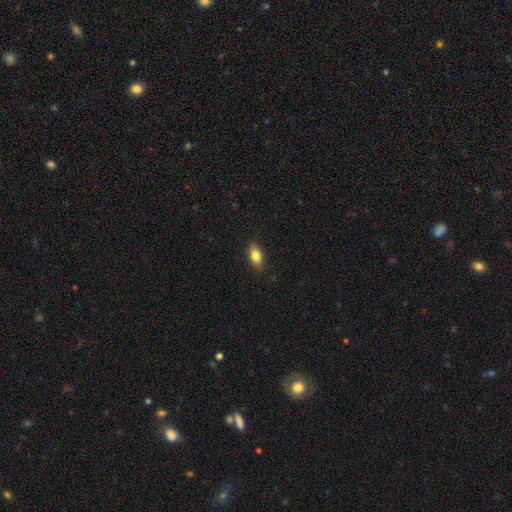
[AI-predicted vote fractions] Overall: smooth (77%). How rounded: in between (83%). Merging: none (87%).